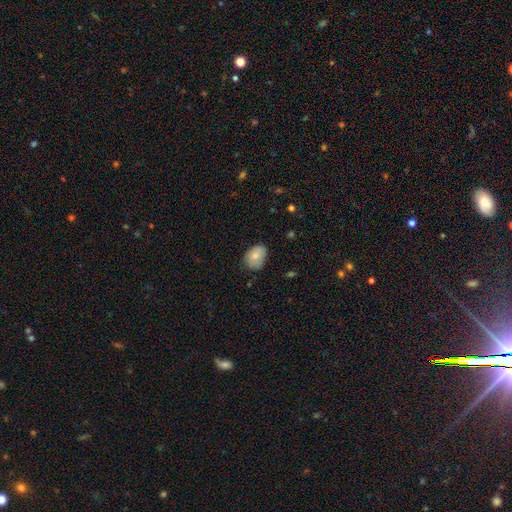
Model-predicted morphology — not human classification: This appears to be a smooth galaxy with no disk features (79%) that is in between round and cigar-shaped (73%). Merging: none (65%).